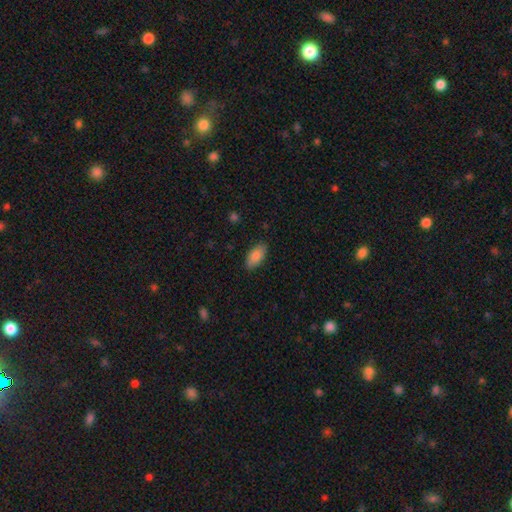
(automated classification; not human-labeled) smooth_or_featured: smooth (p=0.85) [alt: featured or disk p=0.09]
how_rounded: in between (p=0.92) [alt: cigar-shaped p=0.06]
merging: none (p=0.86) [alt: minor disturbance p=0.11]